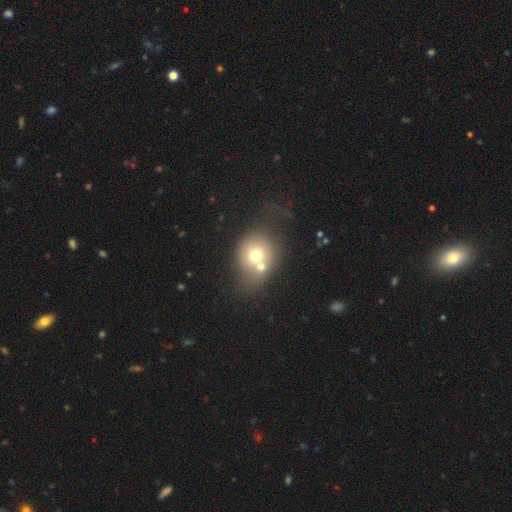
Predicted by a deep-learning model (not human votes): This appears to be a smooth galaxy with no disk features (63%) that is round (71%). Merging: merger (50%).